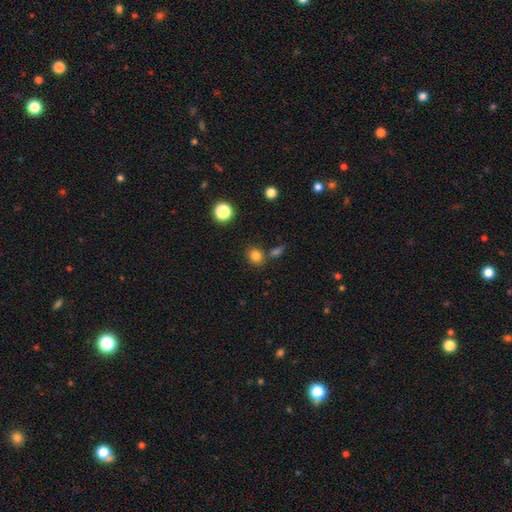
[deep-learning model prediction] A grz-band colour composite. It shows a smooth galaxy with no disk features (81%) that is round (73%). Merging: none (73%).